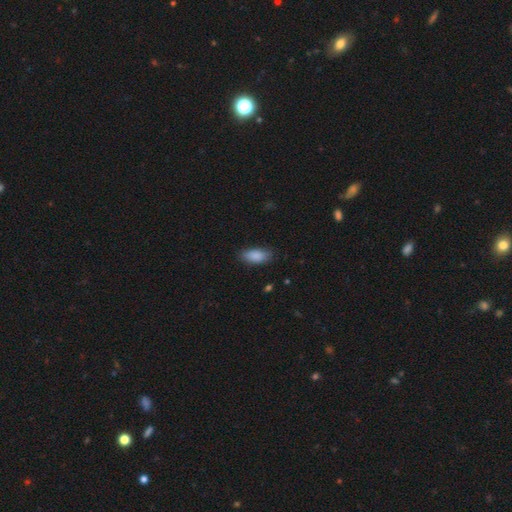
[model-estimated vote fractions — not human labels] smooth 88%, star or artifact 7%, featured or disk 5%. Down the decision tree: how rounded — in between (88%); merging — none (82%).